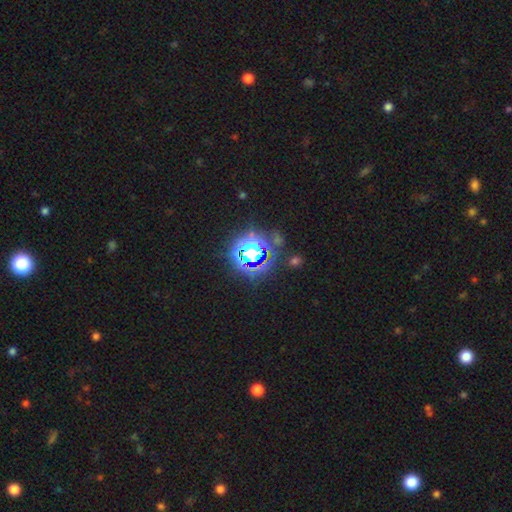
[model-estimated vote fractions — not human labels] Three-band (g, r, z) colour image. It shows a star or artifact, not a galaxy (78%).